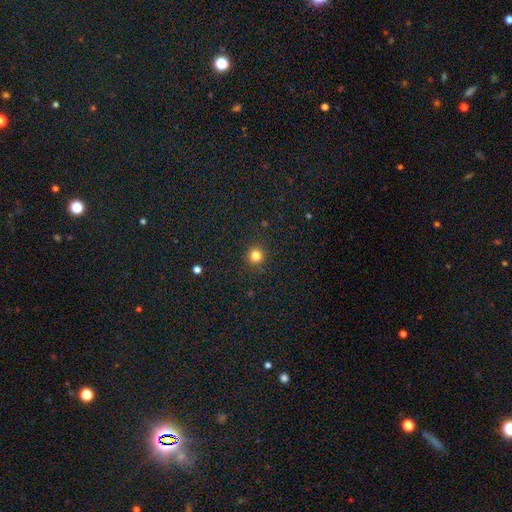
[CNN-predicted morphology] A smooth galaxy with no disk features (82%) that is round (94%). Merging: none (91%).